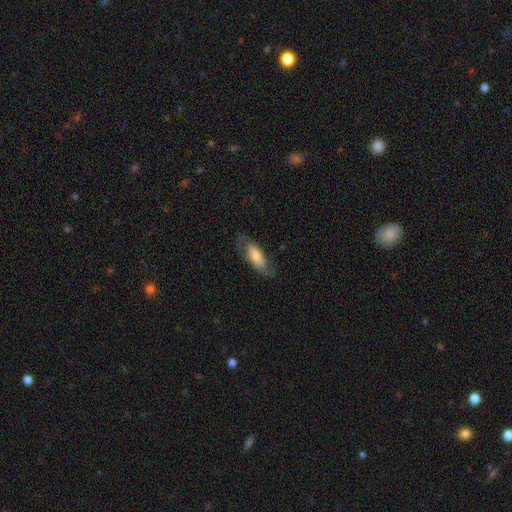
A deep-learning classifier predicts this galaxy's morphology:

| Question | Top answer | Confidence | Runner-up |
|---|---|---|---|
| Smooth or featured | smooth | 51% | featured or disk (42%) |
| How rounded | in between | 69% | cigar-shaped (28%) |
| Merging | none | 67% | minor disturbance (20%) |